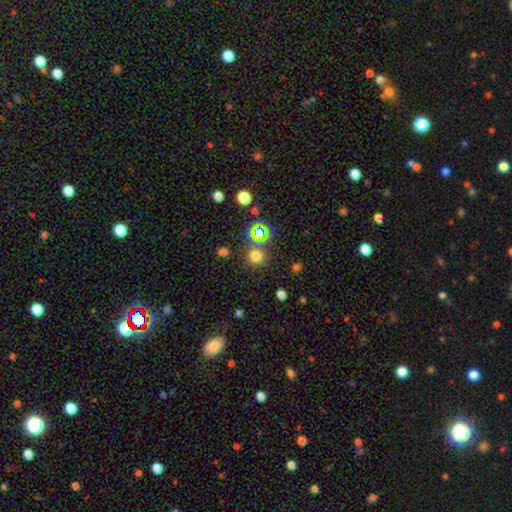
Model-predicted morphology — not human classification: A smooth galaxy with no disk features (66%) that is round (91%).

Vote fractions:
- Smooth or featured? smooth: 66% / star or artifact: 27% / featured or disk: 6%
- How rounded? round: 91% / in between: 8% / cigar-shaped: 1%
- Merging? none: 78% / merger: 10% / minor disturbance: 9% / major disturbance: 4%